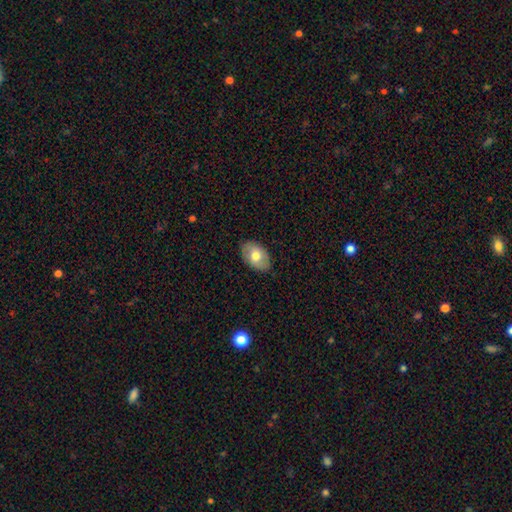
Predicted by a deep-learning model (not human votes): This is likely a smooth galaxy (68%). How rounded: clearly in between (88%). Merging: clearly none (85%).